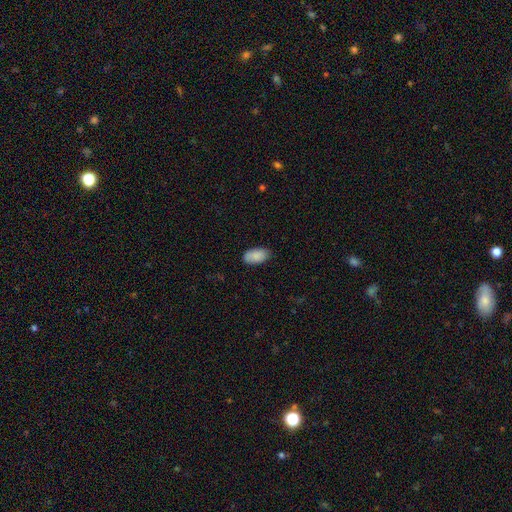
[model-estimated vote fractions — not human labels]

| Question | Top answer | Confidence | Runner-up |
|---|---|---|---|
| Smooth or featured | smooth | 88% | star or artifact (6%) |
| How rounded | in between | 94% | round (4%) |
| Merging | none | 81% | minor disturbance (15%) |